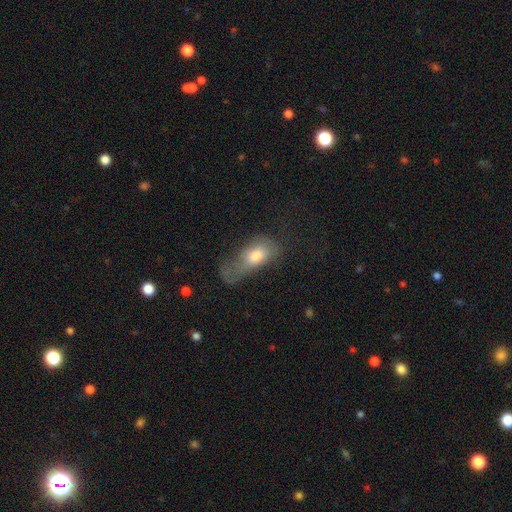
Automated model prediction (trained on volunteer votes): The model was most divided on "merging": major disturbance: 55%, minor disturbance: 22%, none: 17%, merger: 7%. More confident: how rounded — in between (85%); smooth or featured — smooth (69%).